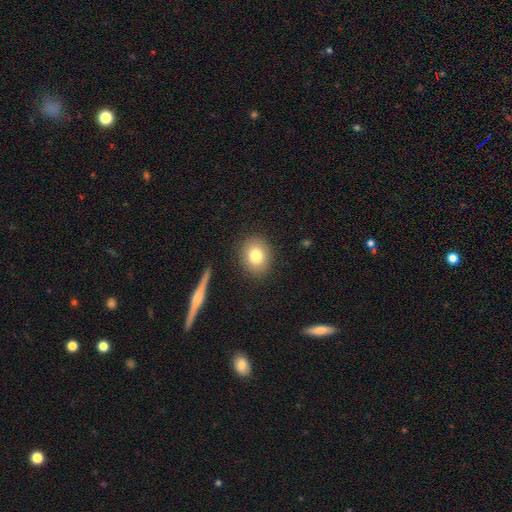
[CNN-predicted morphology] type=smooth (79%); roundness=round (59%); merging=none (87%).